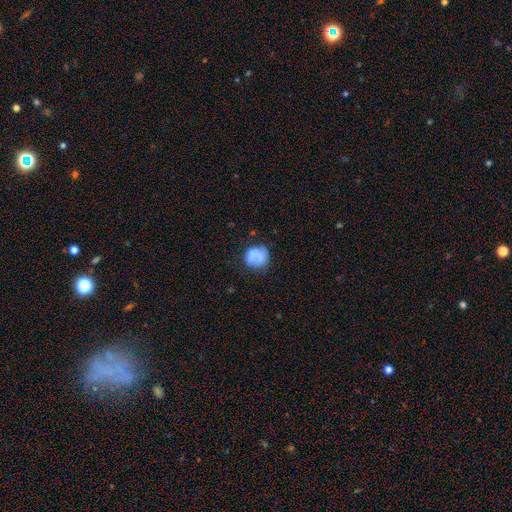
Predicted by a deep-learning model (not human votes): A smooth galaxy with no disk features (63%) that is round (79%).

Vote fractions:
- Smooth or featured? smooth: 63% / featured or disk: 28% / star or artifact: 9%
- How rounded? round: 79% / in between: 20% / cigar-shaped: 1%
- Merging? none: 52% / minor disturbance: 26% / major disturbance: 15% / merger: 7%